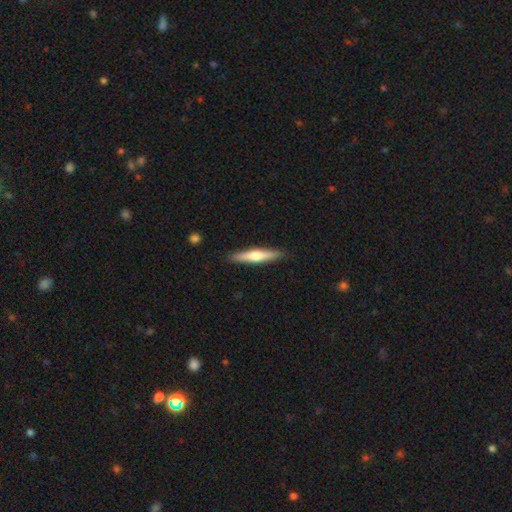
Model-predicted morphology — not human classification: smooth-or-featured: featured or disk: 48% | smooth: 47% | star or artifact: 5%
  merging: none: 90% | minor disturbance: 8% | major disturbance: 1% | merger: 1%